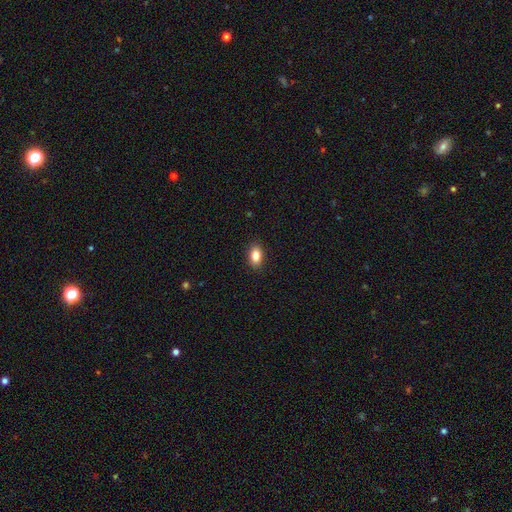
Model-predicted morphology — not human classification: Smooth or featured? smooth (84%)
How rounded? in between (85%)
Merging? none (89%)